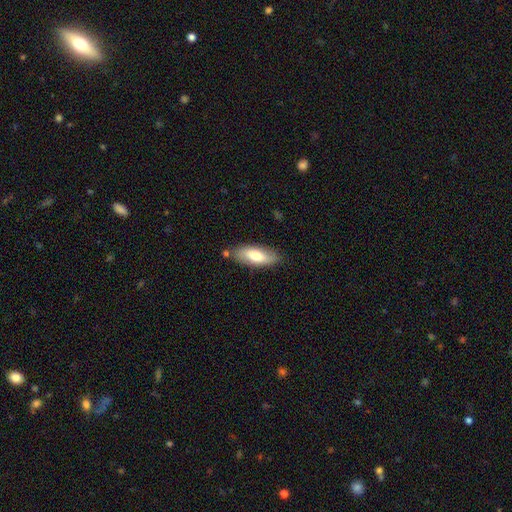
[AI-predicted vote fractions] A smooth galaxy with no disk features (70%) that is in between round and cigar-shaped (74%).

Vote fractions:
- Smooth or featured? smooth: 70% / featured or disk: 25% / star or artifact: 6%
- How rounded? in between: 74% / cigar-shaped: 24% / round: 2%
- Merging? none: 80% / minor disturbance: 13% / merger: 4% / major disturbance: 3%